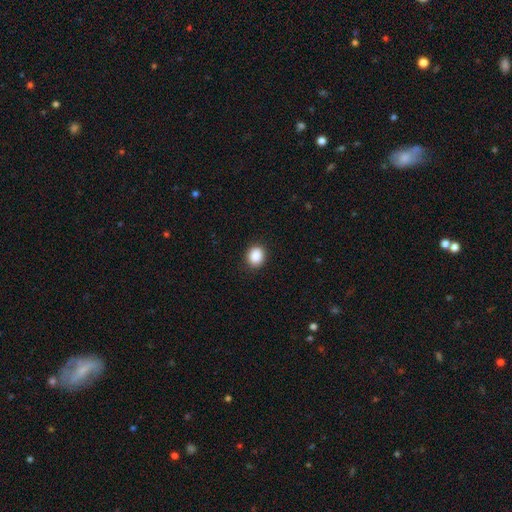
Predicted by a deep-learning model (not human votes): Smooth or featured: smooth — 89% (star or artifact — 8%)
How rounded: round — 61% (in between — 38%)
Merging: none — 88% (minor disturbance — 9%)